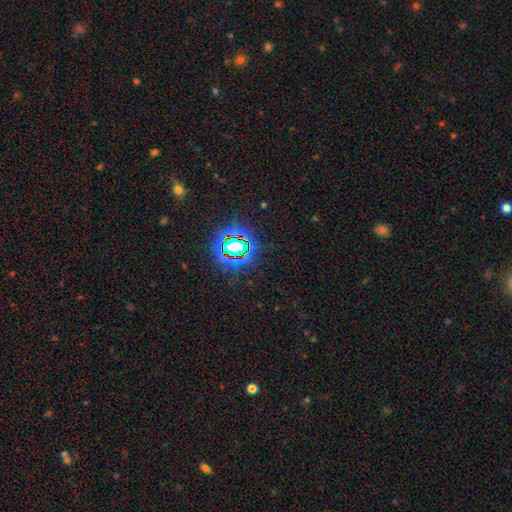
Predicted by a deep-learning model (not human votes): smooth-or-featured: star or artifact: 75% | smooth: 17% | featured or disk: 9%